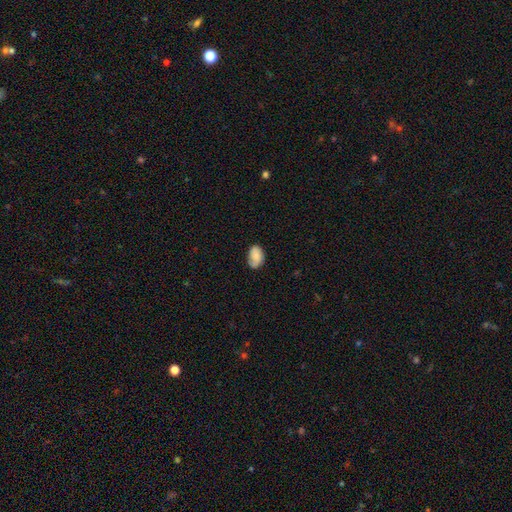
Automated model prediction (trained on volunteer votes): This appears to be a smooth galaxy with no disk features (74%) that is in between round and cigar-shaped (87%). Merging: none (69%).